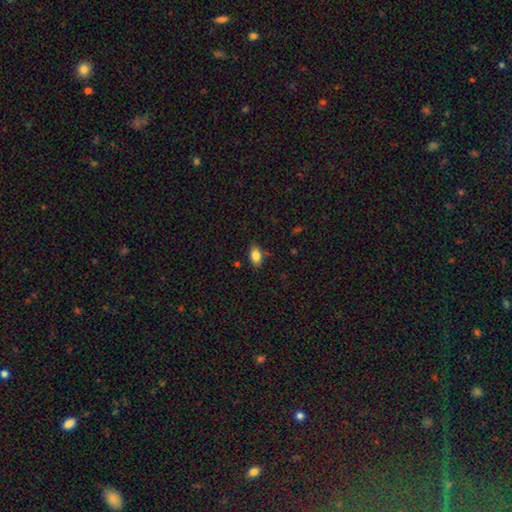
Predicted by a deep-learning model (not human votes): This appears to be a smooth galaxy with no disk features (84%) that is in between round and cigar-shaped (89%). Merging: none (79%).